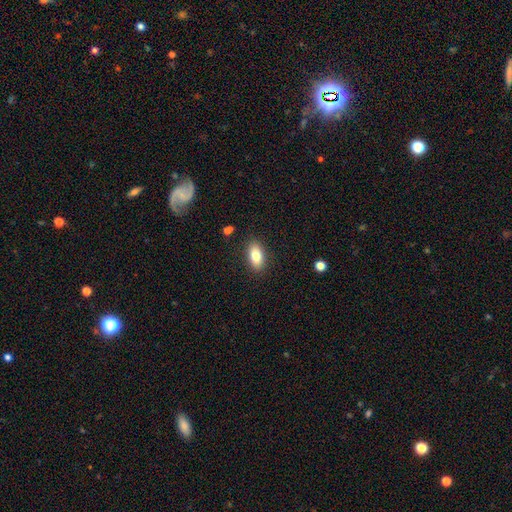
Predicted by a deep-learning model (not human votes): smooth-or-featured: smooth: 80% | featured or disk: 12% | star or artifact: 8%
  how-rounded: in between: 89% | cigar-shaped: 6% | round: 5%
  merging: none: 87% | minor disturbance: 9% | major disturbance: 2% | merger: 1%